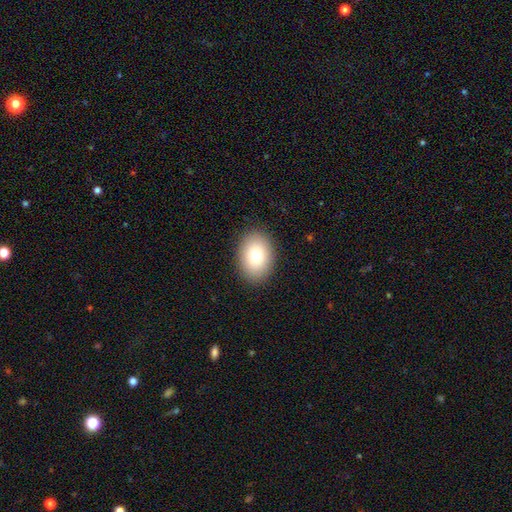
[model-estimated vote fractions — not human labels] Q: Smooth or featured?
A: smooth (80%); runner-up: featured or disk (11%)
Q: How rounded?
A: in between (75%); runner-up: round (24%)
Q: Merging?
A: none (89%); runner-up: minor disturbance (8%)